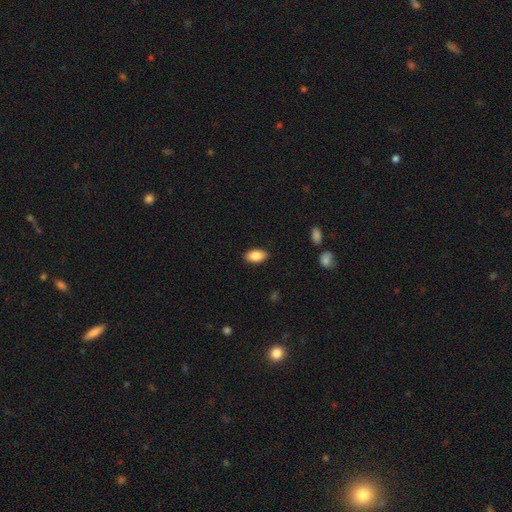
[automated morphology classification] The model was most divided on "merging": none: 88%, minor disturbance: 9%, major disturbance: 2%, merger: 1%. More confident: how rounded — in between (93%); smooth or featured — smooth (87%).